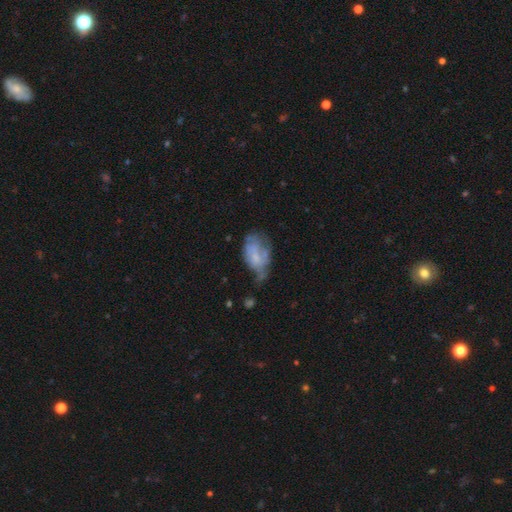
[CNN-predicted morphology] A smooth galaxy with no disk features (46%).

Vote fractions:
- Smooth or featured? smooth: 46% / featured or disk: 44% / star or artifact: 10%
- Merging? minor disturbance: 34% / major disturbance: 30% / none: 29% / merger: 7%